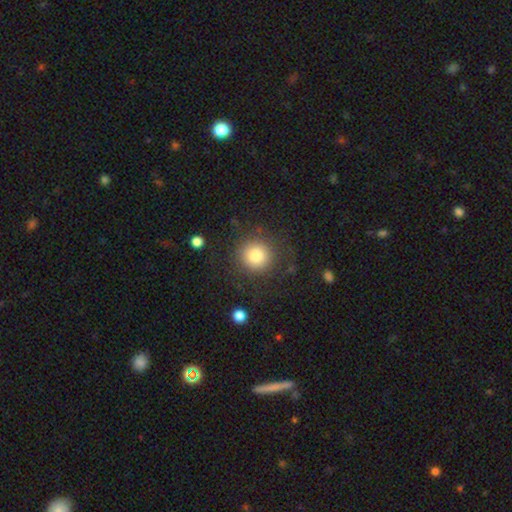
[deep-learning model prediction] Smooth or featured: smooth — 82% (star or artifact — 10%)
How rounded: round — 94% (in between — 5%)
Merging: none — 80% (minor disturbance — 11%)